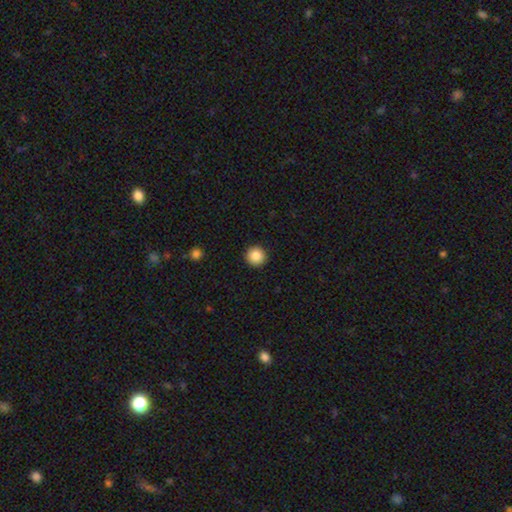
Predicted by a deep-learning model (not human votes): This is clearly a smooth galaxy (86%). How rounded: clearly round (96%). Merging: clearly none (93%).